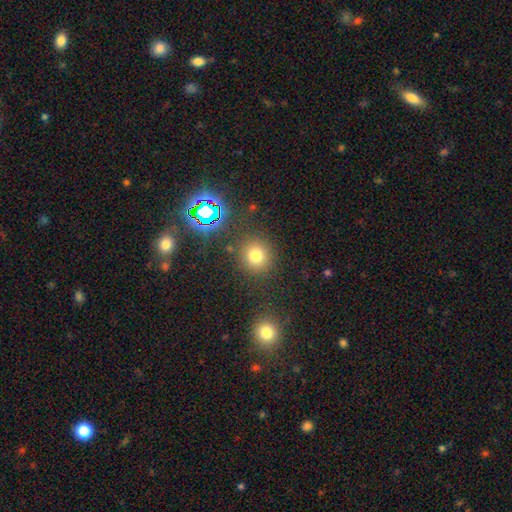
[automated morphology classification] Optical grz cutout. It shows a smooth galaxy with no disk features (73%) that is round (90%). Merging: none (85%).